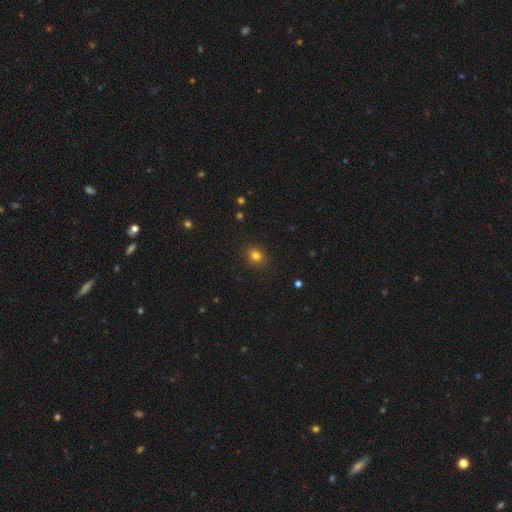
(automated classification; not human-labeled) Overall: smooth (80%). How rounded: round (73%). Merging: none (89%).